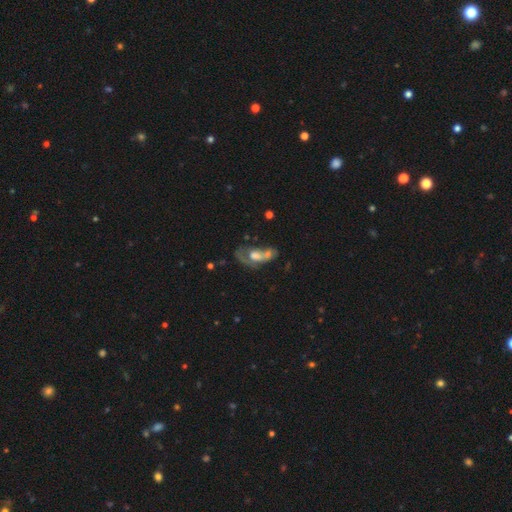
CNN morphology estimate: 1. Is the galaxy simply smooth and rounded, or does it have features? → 49% featured or disk, 39% smooth, 11% star or artifact.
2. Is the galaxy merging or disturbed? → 44% merger, 27% major disturbance, 17% none, 11% minor disturbance.